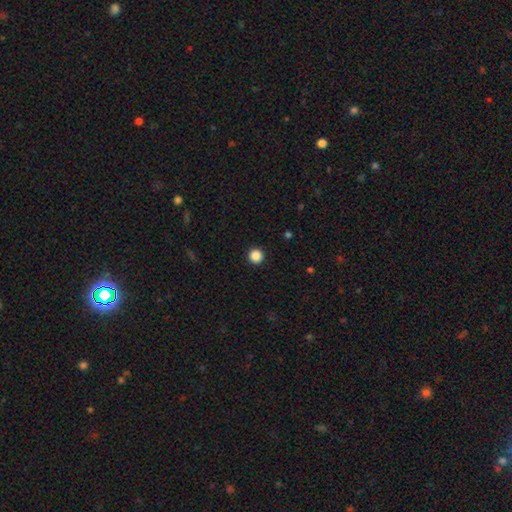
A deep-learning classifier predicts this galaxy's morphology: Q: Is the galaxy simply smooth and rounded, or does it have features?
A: smooth — 87%.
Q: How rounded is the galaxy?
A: round — 96%.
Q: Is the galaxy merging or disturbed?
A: none — 94%.